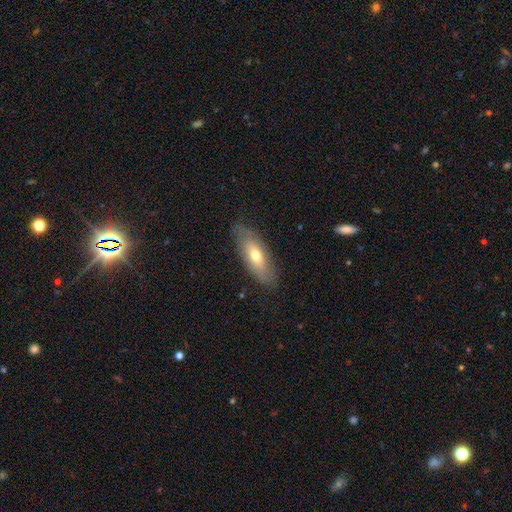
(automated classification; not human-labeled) Overall: smooth (57%; featured or disk 37%). How rounded: in between (73%). Merging: none (79%).